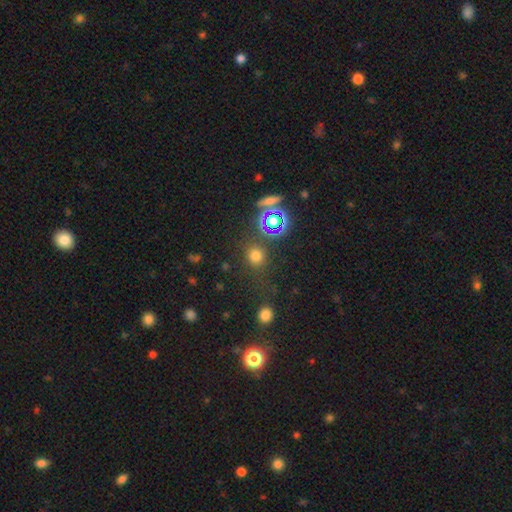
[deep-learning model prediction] Morphology: type=smooth (69%); roundness=round (84%); merging=none (79%).